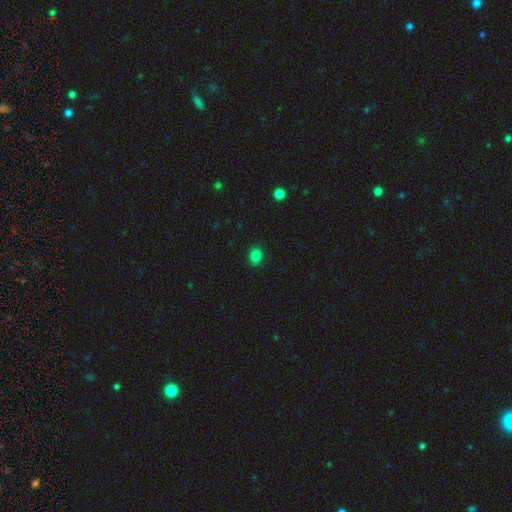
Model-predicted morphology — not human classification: This is clearly a smooth galaxy (84%). How rounded: possibly round (50%). Merging: clearly none (89%).